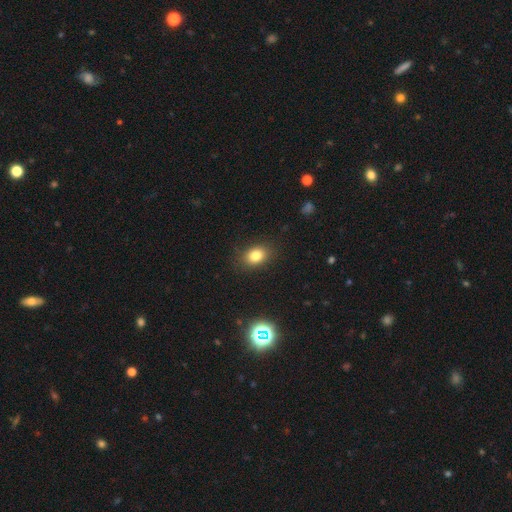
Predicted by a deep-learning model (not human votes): Smooth or featured? Predicted: smooth (p=0.81). How rounded? Predicted: in between (p=0.68). Merging? Predicted: none (p=0.85).